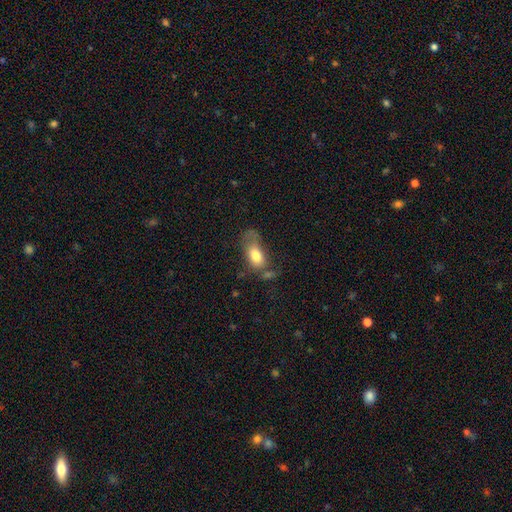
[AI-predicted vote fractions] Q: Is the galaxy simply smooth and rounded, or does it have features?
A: smooth — 74%.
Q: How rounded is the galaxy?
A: in between — 88%.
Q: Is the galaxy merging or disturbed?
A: none — 30%, tied with major disturbance.